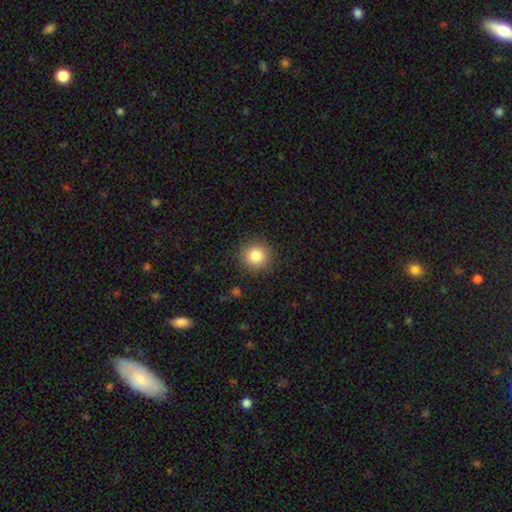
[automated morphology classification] Smooth or featured? Predicted: smooth (p=0.84). How rounded? Predicted: round (p=0.94). Merging? Predicted: none (p=0.90).